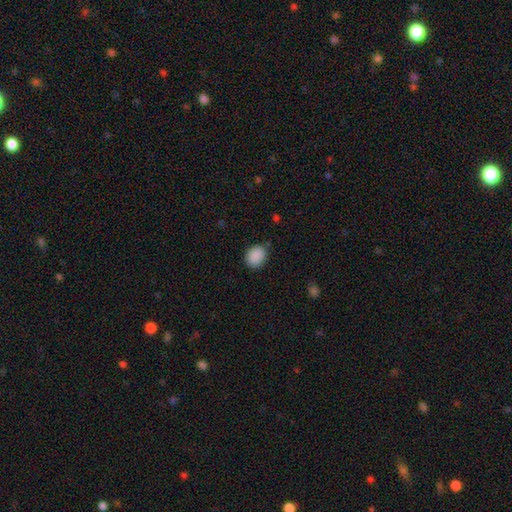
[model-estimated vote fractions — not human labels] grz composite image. It shows a smooth galaxy with no disk features (89%) that is round (56%). Merging: none (84%).